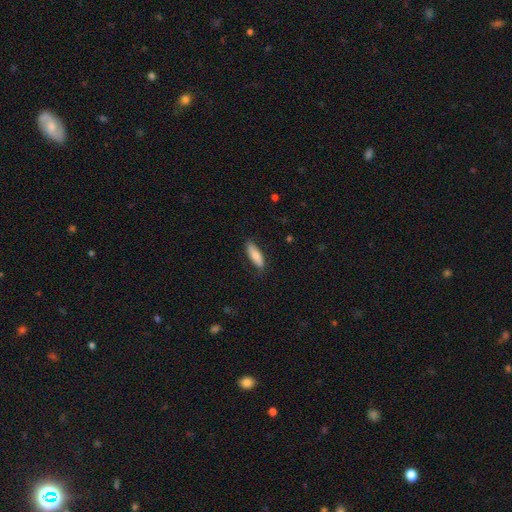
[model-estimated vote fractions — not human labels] This appears to be a smooth galaxy with no disk features (79%) that is in between round and cigar-shaped (59%). Merging: none (79%).